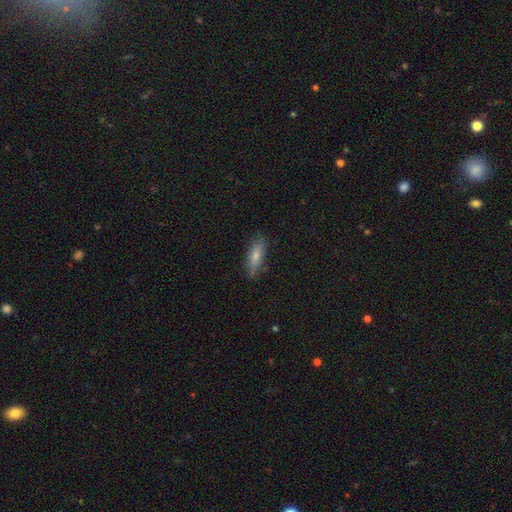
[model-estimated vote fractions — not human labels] Q: Smooth or featured?
A: smooth (65%); runner-up: featured or disk (26%)
Q: How rounded?
A: in between (54%); runner-up: cigar-shaped (44%)
Q: Merging?
A: none (81%); runner-up: minor disturbance (15%)